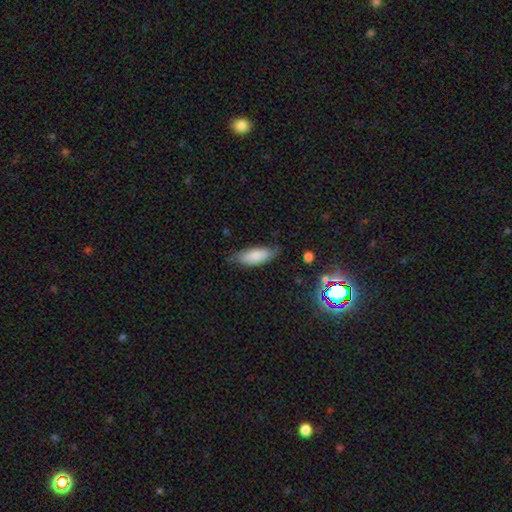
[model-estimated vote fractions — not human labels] Smooth or featured: smooth — 83% (featured or disk — 10%)
How rounded: in between — 76% (cigar-shaped — 22%)
Merging: none — 71% (minor disturbance — 23%)